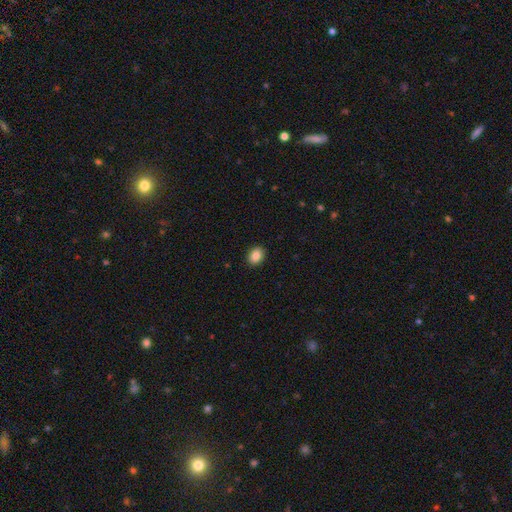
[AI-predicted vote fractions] Q: Smooth or featured?
A: smooth (87%); runner-up: star or artifact (9%)
Q: How rounded?
A: in between (55%); runner-up: round (44%)
Q: Merging?
A: none (91%); runner-up: minor disturbance (6%)